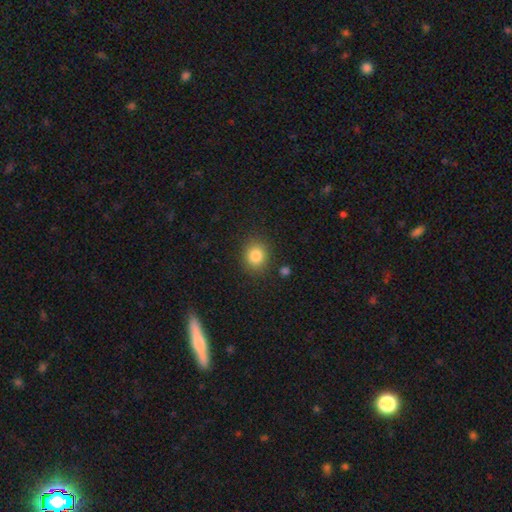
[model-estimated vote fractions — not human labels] A smooth galaxy with no disk features (85%) that is round (74%).

Vote fractions:
- Smooth or featured? smooth: 85% / star or artifact: 10% / featured or disk: 6%
- How rounded? round: 74% / in between: 25% / cigar-shaped: 1%
- Merging? none: 85% / minor disturbance: 10% / major disturbance: 3% / merger: 3%